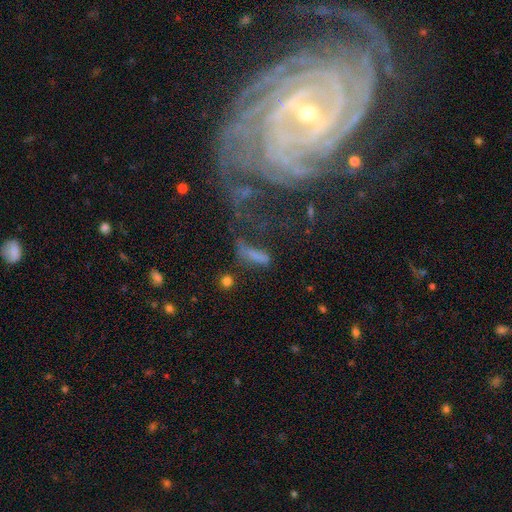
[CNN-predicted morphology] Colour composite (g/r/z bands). It shows a smooth galaxy with no disk features (58%) that is cigar-shaped (57%). Merging: none (41%).